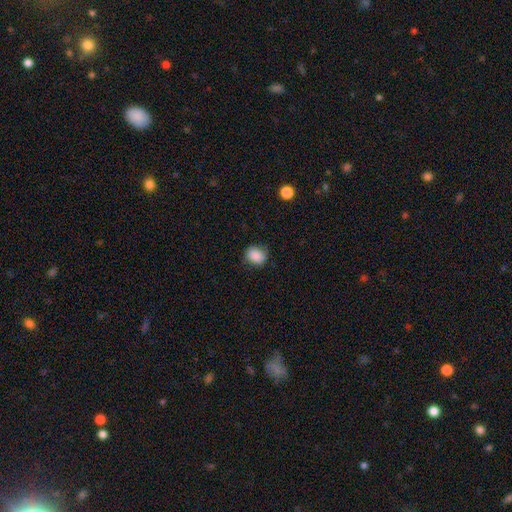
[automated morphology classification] Overall: smooth (87%). How rounded: round (60%; in between 39%). Merging: none (75%).